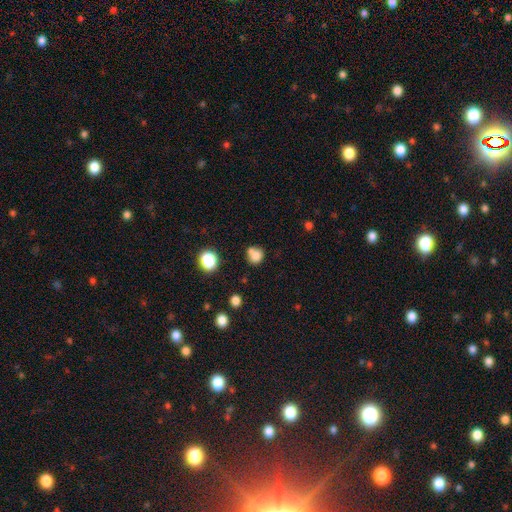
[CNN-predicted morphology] smooth_or_featured: smooth (p=0.76) [alt: star or artifact p=0.13]
how_rounded: round (p=0.79) [alt: in between p=0.21]
merging: none (p=0.45) [alt: merger p=0.38]